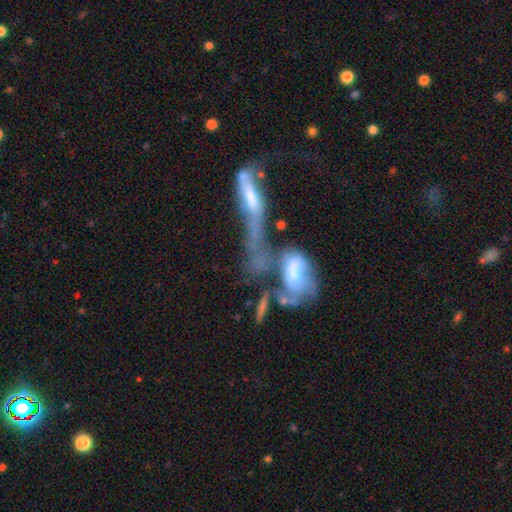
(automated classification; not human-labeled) A featured or disk galaxy (61%). Merging: merger (72%).